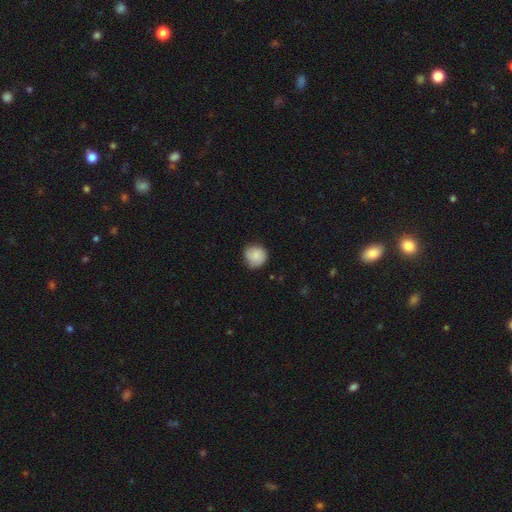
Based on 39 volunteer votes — Volunteers were most divided on "merging": none: 83%, minor disturbance: 14%, major disturbance: 3%, merger: 0%. More confident: how rounded — round (90%); smooth or featured — smooth (79%).